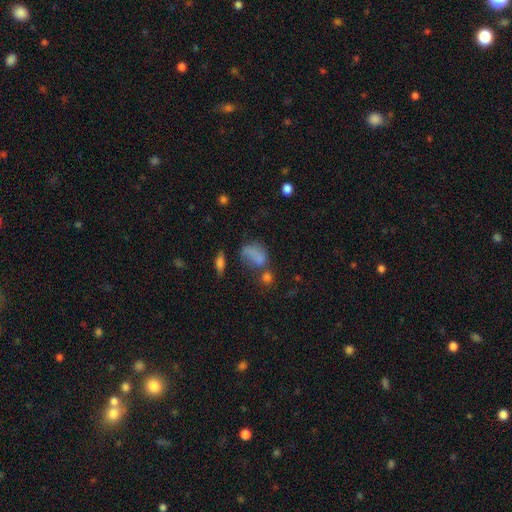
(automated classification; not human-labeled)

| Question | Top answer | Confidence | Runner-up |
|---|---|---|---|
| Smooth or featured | smooth | 69% | star or artifact (16%) |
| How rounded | in between | 70% | round (27%) |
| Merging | none | 33% | major disturbance (23%) |